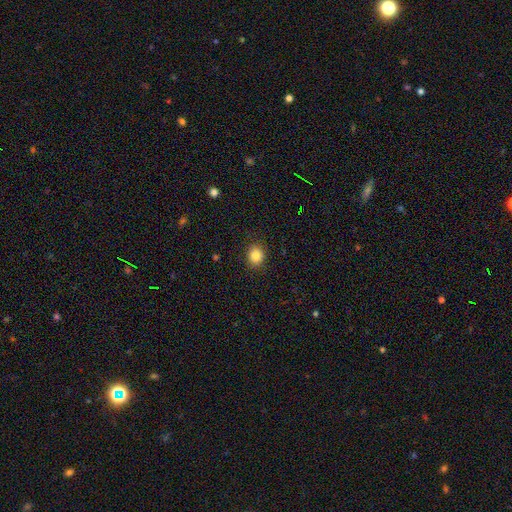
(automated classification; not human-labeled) A smooth galaxy with no disk features (85%) that is round (70%). Merging: none (88%).